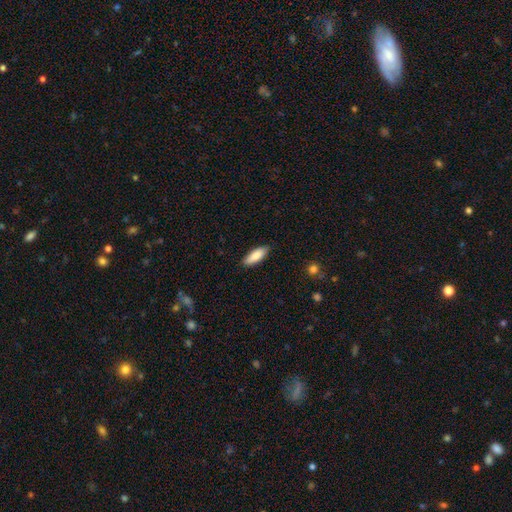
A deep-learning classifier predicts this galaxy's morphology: The model was most divided on "how rounded": in between: 63%, cigar-shaped: 35%, round: 2%. More confident: merging — none (87%); smooth or featured — smooth (86%).